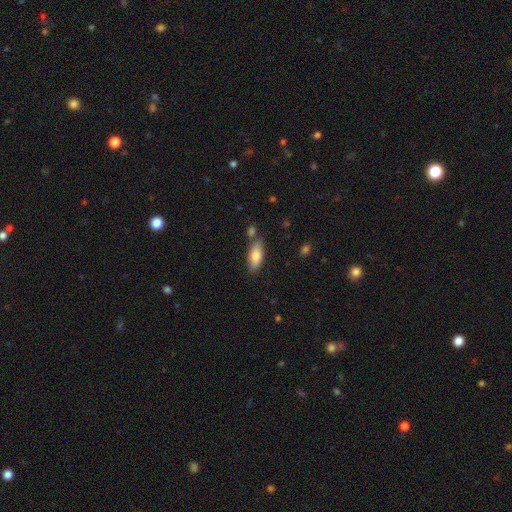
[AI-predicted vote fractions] This is likely a smooth galaxy (80%). How rounded: likely in between (79%). Merging: likely none (73%).